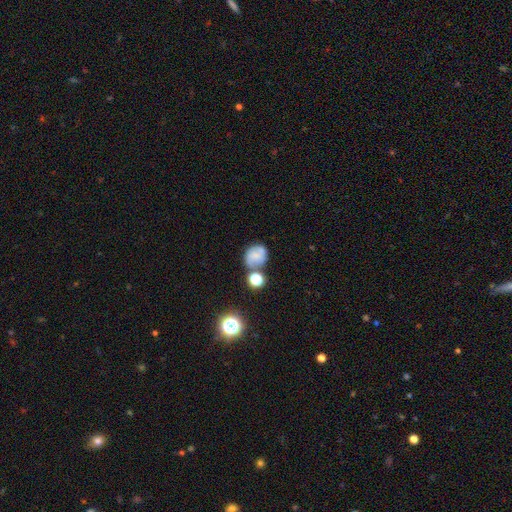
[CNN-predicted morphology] This is possibly a smooth galaxy (59%). How rounded: likely round (62%). Merging: possibly none (45%).